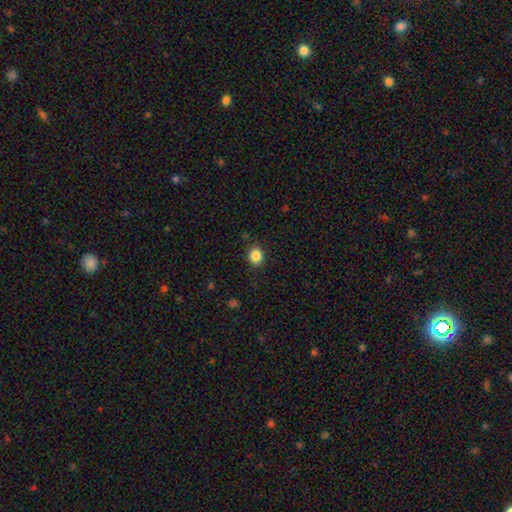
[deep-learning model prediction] Smooth or featured? Predicted: smooth (p=0.85). How rounded? Predicted: round (p=0.76). Merging? Predicted: none (p=0.88).